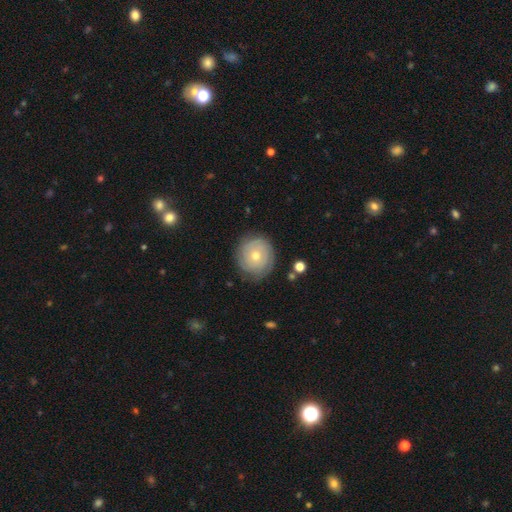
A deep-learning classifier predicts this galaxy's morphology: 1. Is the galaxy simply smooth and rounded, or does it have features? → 51% featured or disk, 40% smooth, 9% star or artifact.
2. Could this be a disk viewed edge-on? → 97% no, 3% yes.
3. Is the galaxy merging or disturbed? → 82% none, 13% minor disturbance, 4% major disturbance, 1% merger.